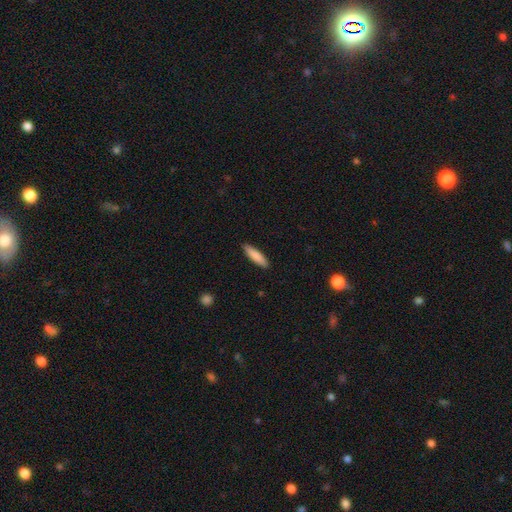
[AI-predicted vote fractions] Smooth or featured?
  - smooth: 85% *
  - featured or disk: 9%
  - star or artifact: 6%
How rounded?
  - cigar-shaped: 72% *
  - in between: 27%
  - round: 1%
Merging?
  - none: 90% *
  - minor disturbance: 8%
  - major disturbance: 2%
  - merger: 1%